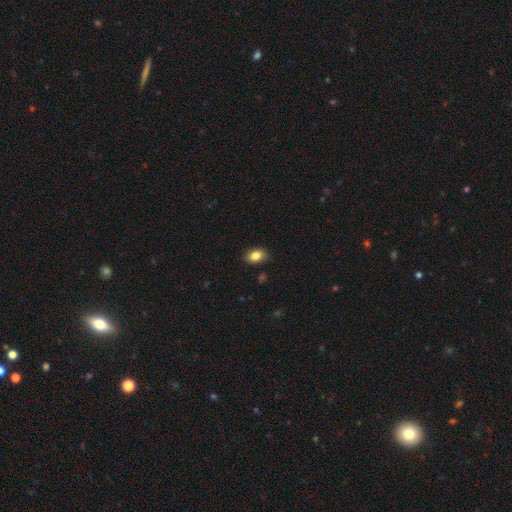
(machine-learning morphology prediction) smooth 84%, star or artifact 9%, featured or disk 7%. Down the decision tree: how rounded — in between (81%); merging — none (86%).